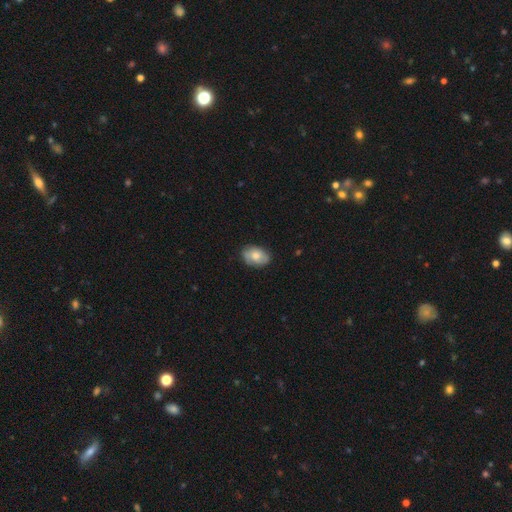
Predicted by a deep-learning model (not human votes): Overall: smooth (72%). How rounded: in between (85%). Merging: none (80%).